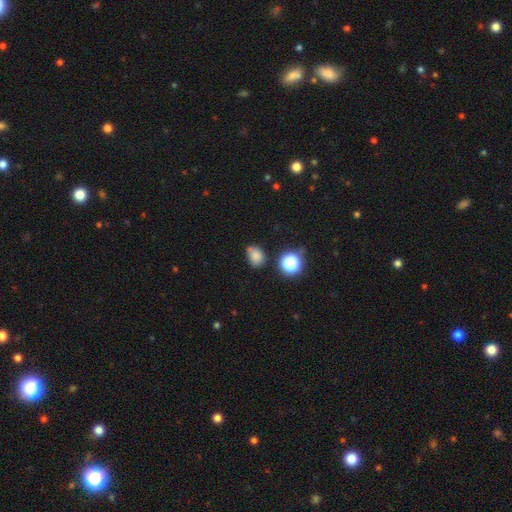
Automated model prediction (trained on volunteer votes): A smooth galaxy with no disk features (77%) that is in between round and cigar-shaped (55%).

Vote fractions:
- Smooth or featured? smooth: 77% / star or artifact: 16% / featured or disk: 8%
- How rounded? in between: 55% / round: 43% / cigar-shaped: 1%
- Merging? none: 62% / minor disturbance: 22% / merger: 10% / major disturbance: 6%